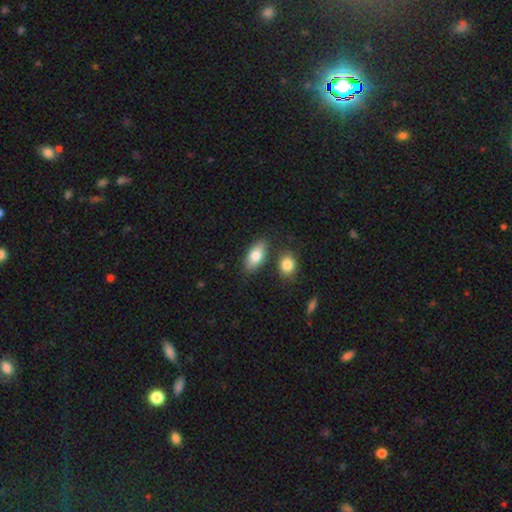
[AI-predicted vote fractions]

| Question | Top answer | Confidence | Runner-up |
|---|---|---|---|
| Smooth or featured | smooth | 79% | featured or disk (14%) |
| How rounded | in between | 87% | cigar-shaped (8%) |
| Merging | none | 76% | minor disturbance (11%) |